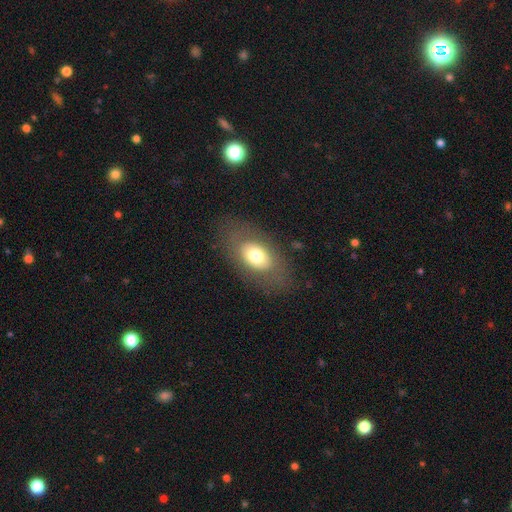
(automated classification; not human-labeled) A smooth galaxy with no disk features (66%) that is in between round and cigar-shaped (87%). Merging: none (79%).